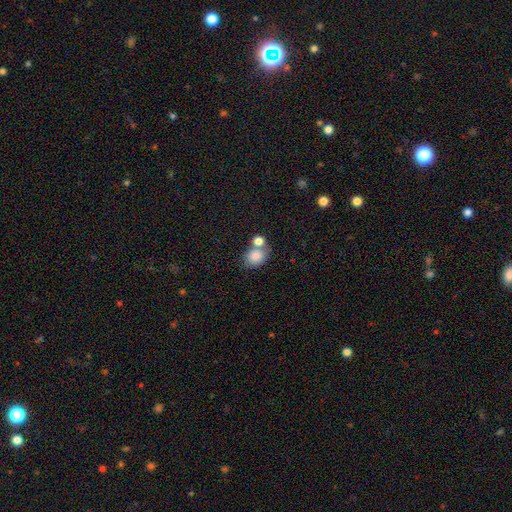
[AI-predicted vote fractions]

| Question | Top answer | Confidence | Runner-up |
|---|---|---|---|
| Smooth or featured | smooth | 83% | star or artifact (9%) |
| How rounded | in between | 52% | round (47%) |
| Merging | none | 47% | merger (37%) |